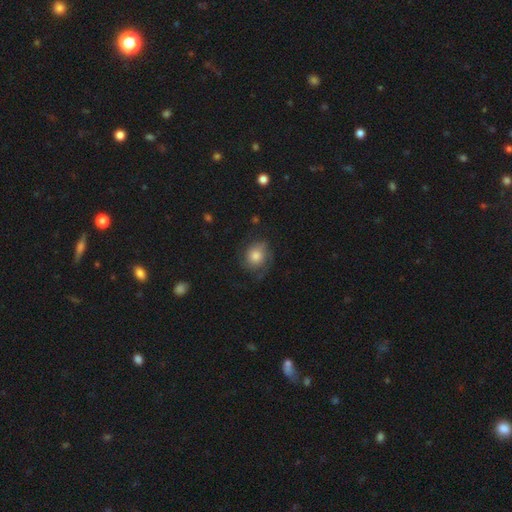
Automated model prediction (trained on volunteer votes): This appears to be a smooth galaxy with no disk features (54%) that is round (74%). Merging: none (62%).